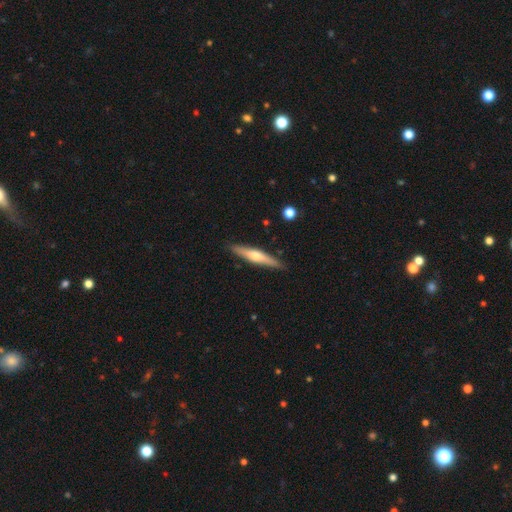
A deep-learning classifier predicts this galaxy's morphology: smooth_or_featured: featured or disk (p=0.54) [alt: smooth p=0.41]
disk_edge_on: yes (p=0.94) [alt: no p=0.06]
edge_on_bulge: rounded (p=0.86) [alt: none p=0.10]
merging: none (p=0.88) [alt: minor disturbance p=0.09]